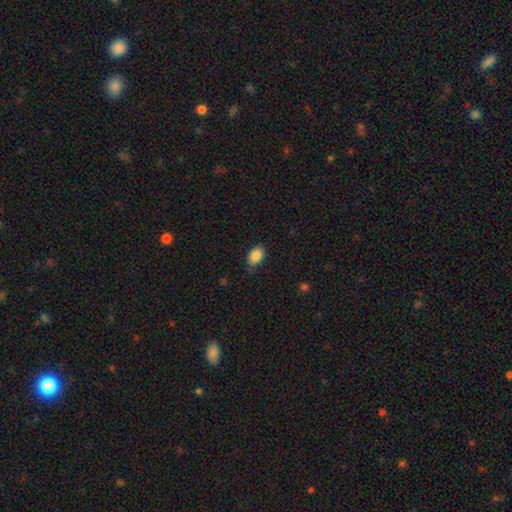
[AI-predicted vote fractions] Q: Smooth or featured?
A: smooth (87%); runner-up: star or artifact (8%)
Q: How rounded?
A: in between (87%); runner-up: round (12%)
Q: Merging?
A: none (74%); runner-up: minor disturbance (21%)